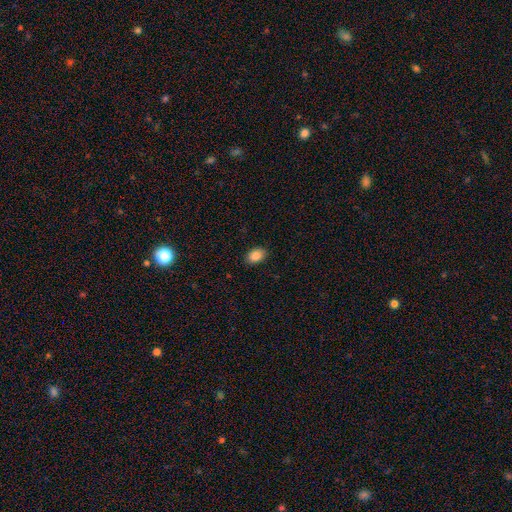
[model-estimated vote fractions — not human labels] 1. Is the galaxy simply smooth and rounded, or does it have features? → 87% smooth, 8% star or artifact, 5% featured or disk.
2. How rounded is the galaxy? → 85% in between, 14% round, 1% cigar-shaped.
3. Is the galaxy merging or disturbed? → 89% none, 8% minor disturbance, 2% major disturbance, 1% merger.